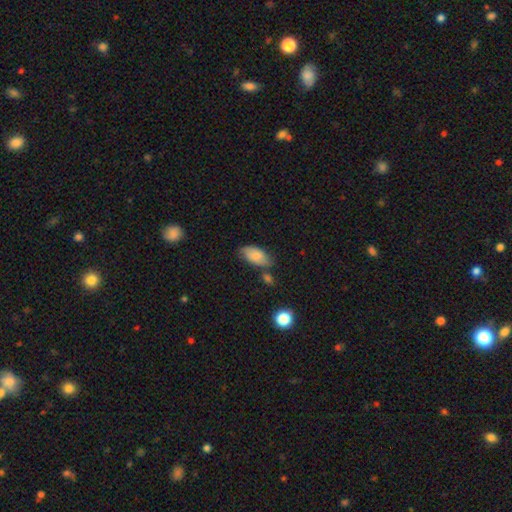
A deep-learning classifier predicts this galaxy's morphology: Smooth or featured?
  - smooth: 77% *
  - featured or disk: 16%
  - star or artifact: 8%
How rounded?
  - in between: 92% *
  - cigar-shaped: 5%
  - round: 3%
Merging?
  - none: 61% *
  - minor disturbance: 24%
  - merger: 10%
  - major disturbance: 5%